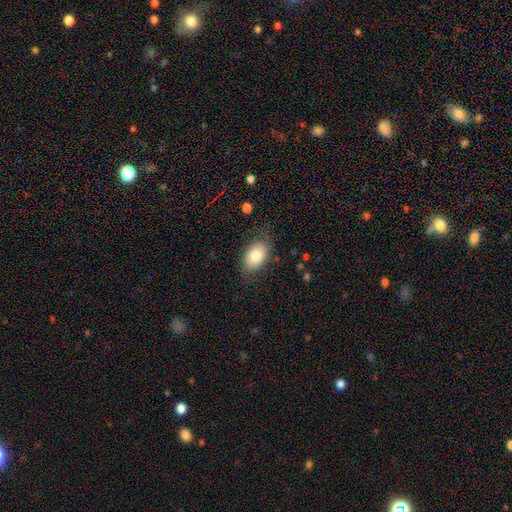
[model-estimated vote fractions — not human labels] Morphology: type=smooth (78%); roundness=in between (89%); merging=none (76%).